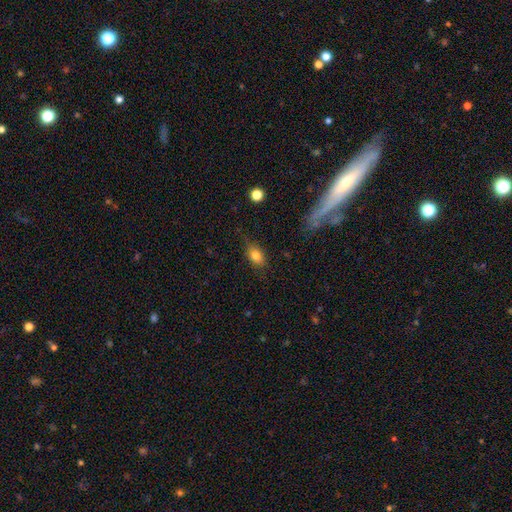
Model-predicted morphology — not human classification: A smooth galaxy with no disk features (79%) that is in between round and cigar-shaped (77%). Merging: none (70%).